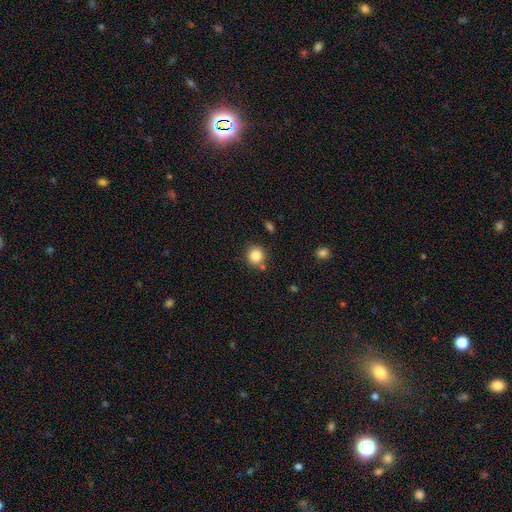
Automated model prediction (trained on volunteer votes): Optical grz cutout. It shows a smooth galaxy with no disk features (84%) that is round (89%). Merging: none (76%).